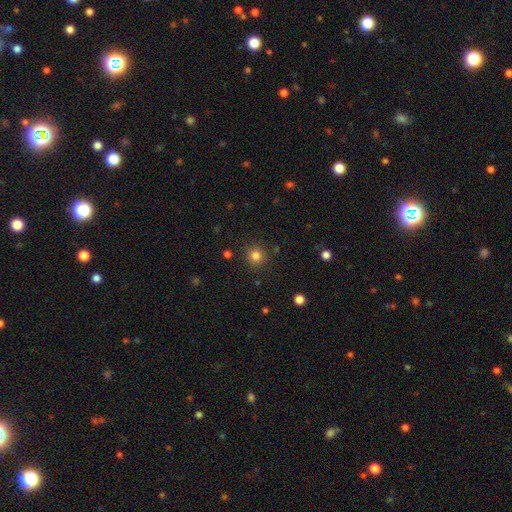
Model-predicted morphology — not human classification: A smooth galaxy with no disk features (80%) that is round (93%). Merging: none (89%).